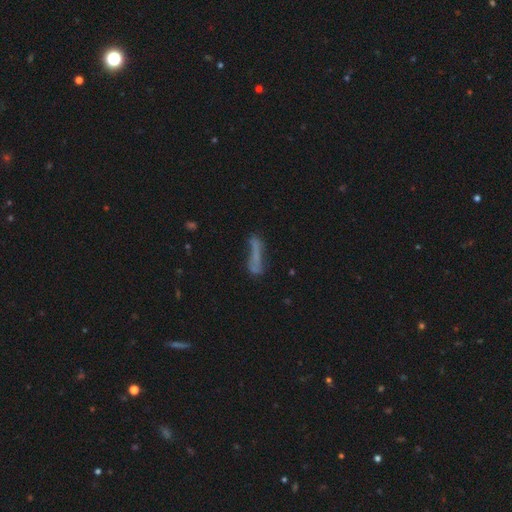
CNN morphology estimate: Smooth or featured: smooth — 54% (featured or disk — 32%)
How rounded: cigar-shaped — 81% (in between — 16%)
Merging: none — 49% (minor disturbance — 21%)